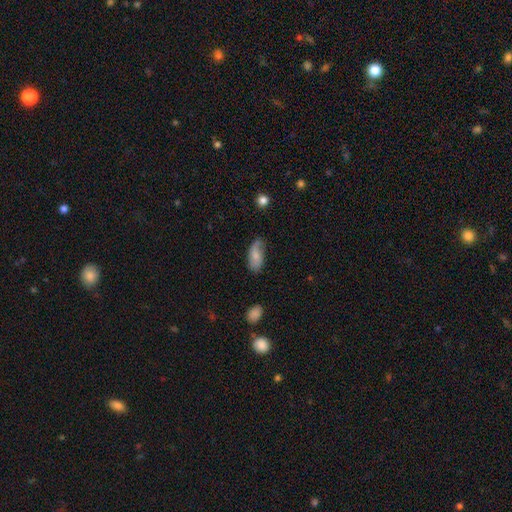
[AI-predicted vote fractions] Q: Smooth or featured?
A: smooth (66%); runner-up: featured or disk (27%)
Q: How rounded?
A: in between (90%); runner-up: cigar-shaped (7%)
Q: Merging?
A: none (59%); runner-up: minor disturbance (30%)